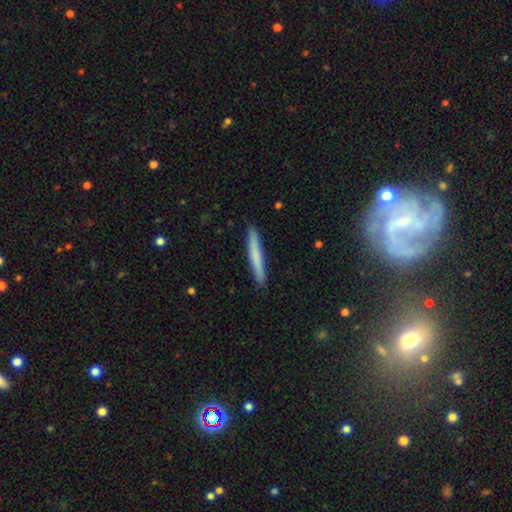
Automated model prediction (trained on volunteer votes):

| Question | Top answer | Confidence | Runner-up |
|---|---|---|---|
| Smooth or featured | smooth | 72% | featured or disk (22%) |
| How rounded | cigar-shaped | 97% | in between (2%) |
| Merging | none | 91% | minor disturbance (6%) |